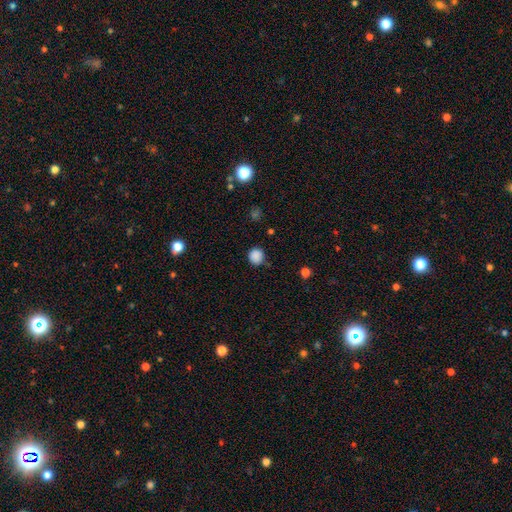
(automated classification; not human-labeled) This appears to be a smooth galaxy with no disk features (86%) that is round (90%). Merging: none (81%).